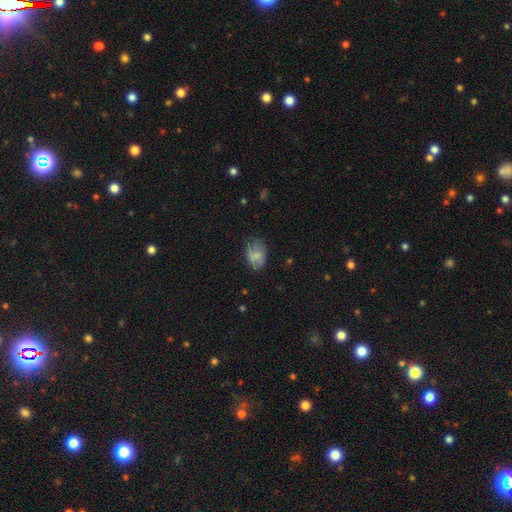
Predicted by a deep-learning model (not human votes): A smooth galaxy with no disk features (75%) that is in between round and cigar-shaped (77%). Merging: none (60%).